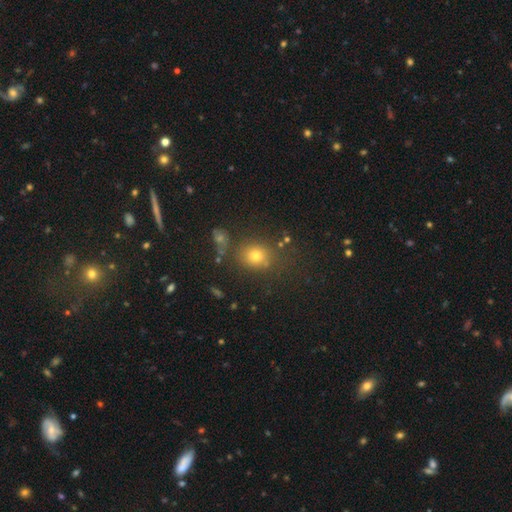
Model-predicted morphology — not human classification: Overall: smooth (70%). How rounded: round (69%; in between 30%). Merging: none (74%).